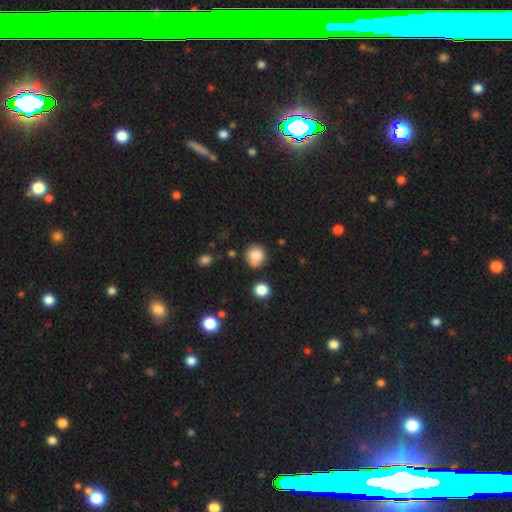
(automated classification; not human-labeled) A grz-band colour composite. It shows a smooth galaxy with no disk features (81%) that is round (86%). Merging: none (66%).